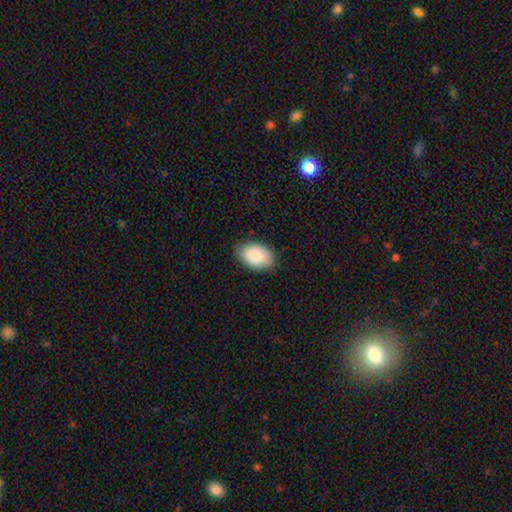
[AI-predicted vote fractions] Smooth or featured?
  - smooth: 88% *
  - featured or disk: 6%
  - star or artifact: 6%
How rounded?
  - in between: 91% *
  - round: 8%
  - cigar-shaped: 1%
Merging?
  - none: 84% *
  - minor disturbance: 13%
  - major disturbance: 2%
  - merger: 1%